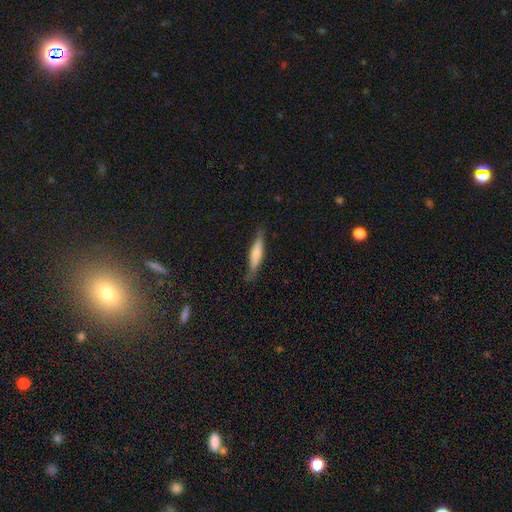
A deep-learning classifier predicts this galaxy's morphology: Smooth or featured? smooth (59%)
How rounded? cigar-shaped (85%)
Merging? none (79%)